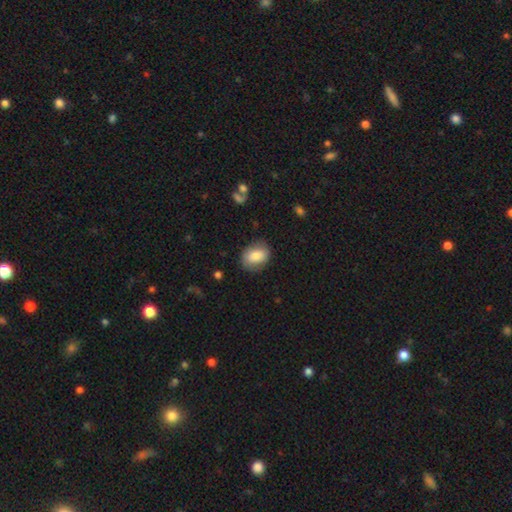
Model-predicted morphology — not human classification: smooth 78%, featured or disk 15%, star or artifact 7%. Down the decision tree: how rounded — in between (71%); merging — none (78%).